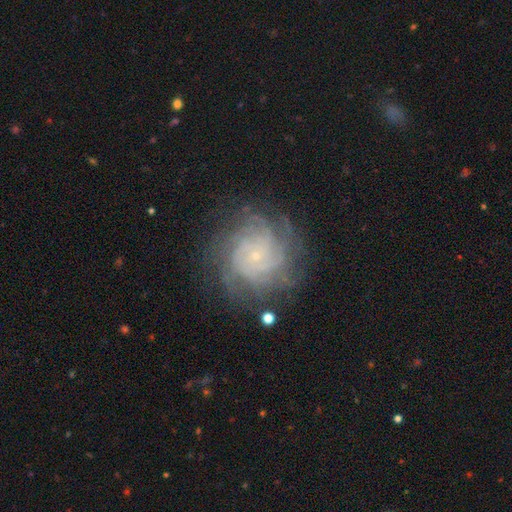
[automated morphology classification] Q: Smooth or featured?
A: featured or disk (79%); runner-up: smooth (11%)
Q: Edge-on disk?
A: no (98%); runner-up: yes (2%)
Q: Bar?
A: no (80%); runner-up: weak (17%)
Q: Spiral arms?
A: yes (95%); runner-up: no (5%)
Q: Spiral winding?
A: tight (73%); runner-up: medium (21%)
Q: Spiral arm count?
A: can't tell (30%); runner-up: 4 (23%)
Q: Bulge size?
A: small (87%); runner-up: moderate (7%)
Q: Merging?
A: none (77%); runner-up: minor disturbance (14%)